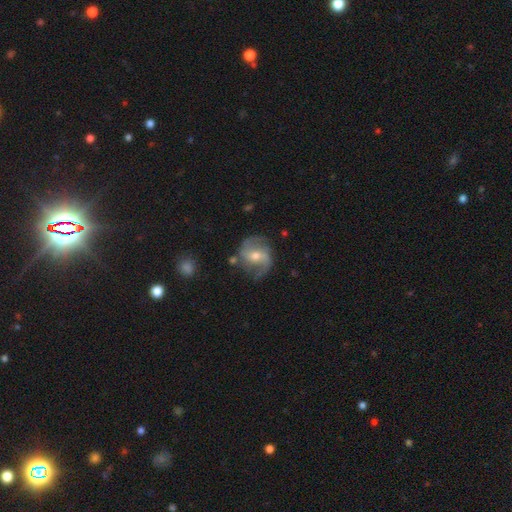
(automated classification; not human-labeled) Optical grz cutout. It shows a featured or disk galaxy (81%) with a weak bar (46%), 2 (84%) medium (45%) spiral arms (94%) and a moderate central bulge (55%). Merging: none (71%).